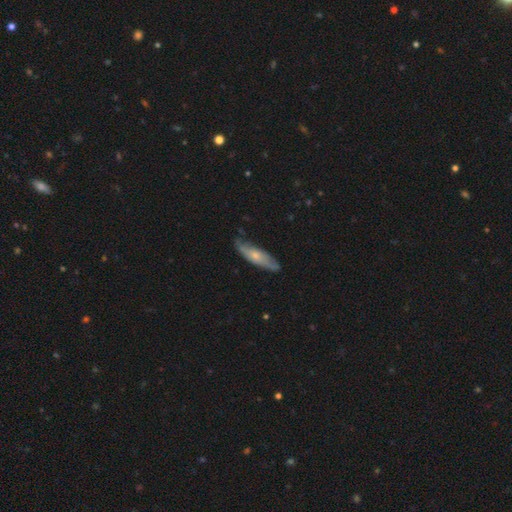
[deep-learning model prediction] A smooth galaxy with no disk features (48%).

Vote fractions:
- Smooth or featured? smooth: 48% / featured or disk: 46% / star or artifact: 6%
- Merging? none: 74% / minor disturbance: 21% / major disturbance: 4% / merger: 2%